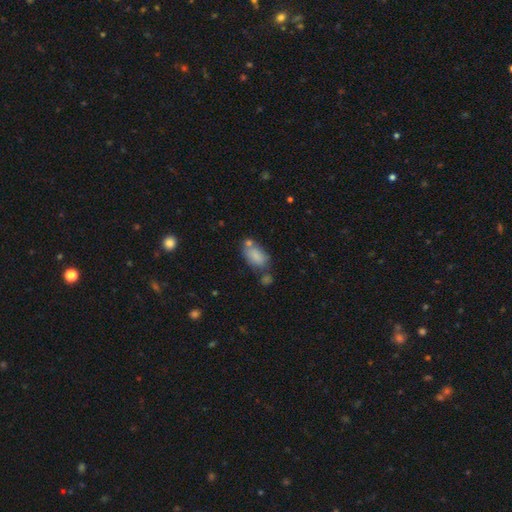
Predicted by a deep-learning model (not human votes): This appears to be a smooth galaxy with no disk features (80%) that is in between round and cigar-shaped (91%). Merging: none (47%).